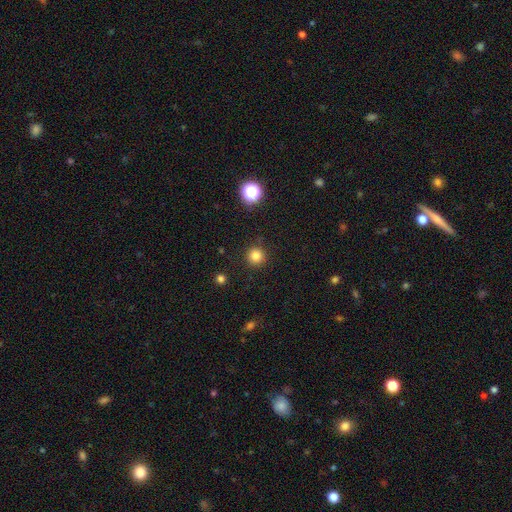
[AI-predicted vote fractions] smooth_or_featured: smooth (p=0.81) [alt: star or artifact p=0.14]
how_rounded: round (p=0.95) [alt: in between p=0.04]
merging: none (p=0.91) [alt: minor disturbance p=0.06]